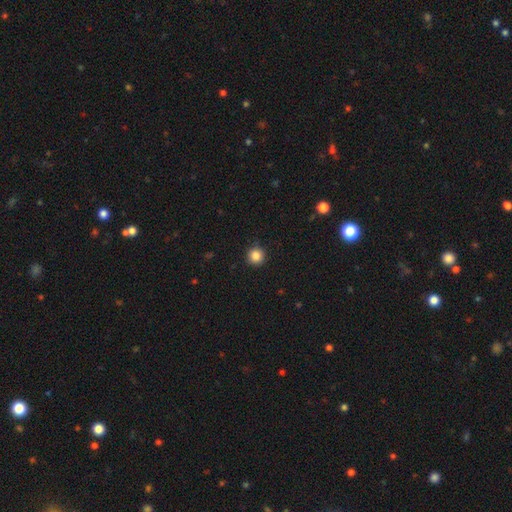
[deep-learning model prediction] This is clearly a smooth galaxy (86%). How rounded: clearly round (95%). Merging: clearly none (91%).